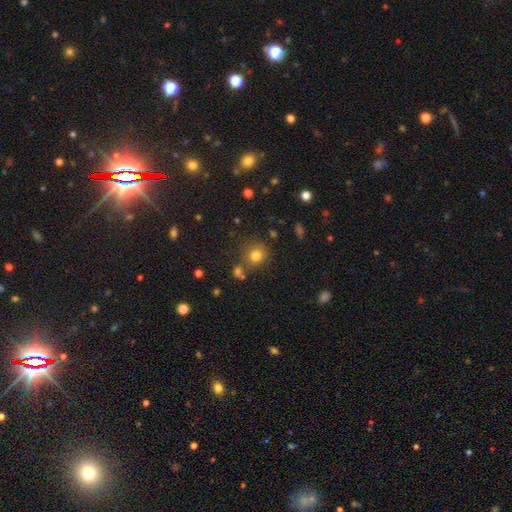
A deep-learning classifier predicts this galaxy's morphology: Smooth or featured: smooth — 79% (star or artifact — 14%)
How rounded: round — 83% (in between — 16%)
Merging: none — 74% (minor disturbance — 12%)